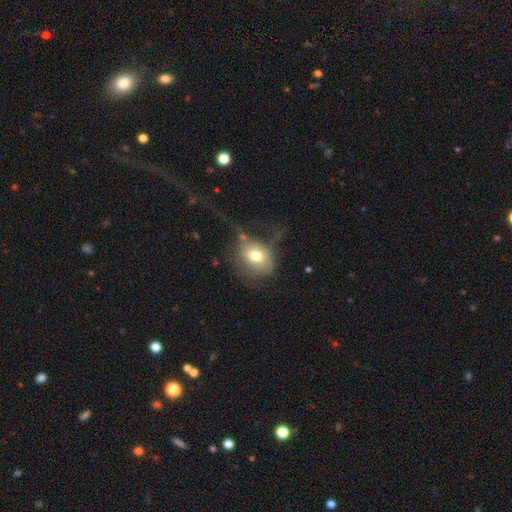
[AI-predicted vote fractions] Smooth or featured?
  - smooth: 70% *
  - featured or disk: 20%
  - star or artifact: 10%
How rounded?
  - in between: 50% *
  - round: 49%
  - cigar-shaped: 1%
Merging?
  - none: 36% * (tied)
  - major disturbance: 36% * (tied)
  - minor disturbance: 23%
  - merger: 4%